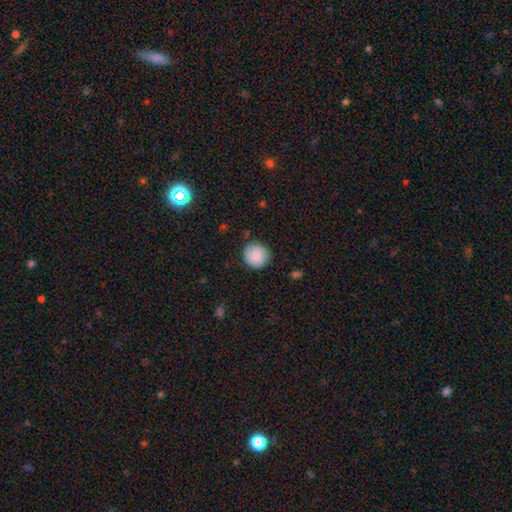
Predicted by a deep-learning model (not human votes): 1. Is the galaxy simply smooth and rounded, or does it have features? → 80% smooth, 13% featured or disk, 7% star or artifact.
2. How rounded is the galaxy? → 89% round, 10% in between, 1% cigar-shaped.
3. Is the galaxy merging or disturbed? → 82% none, 14% minor disturbance, 3% major disturbance, 1% merger.